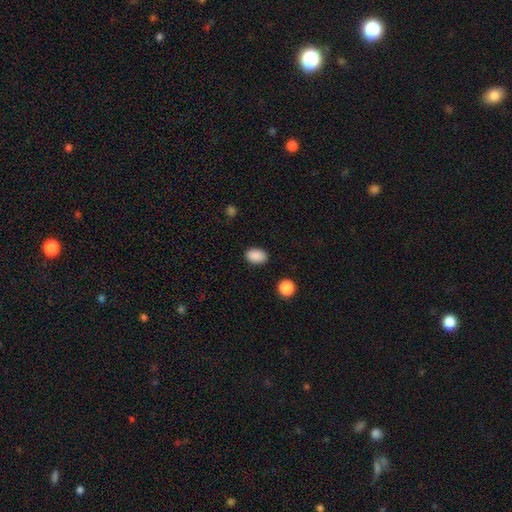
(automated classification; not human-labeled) smooth 89%, star or artifact 8%, featured or disk 3%. Down the decision tree: how rounded — in between (83%); merging — none (87%).